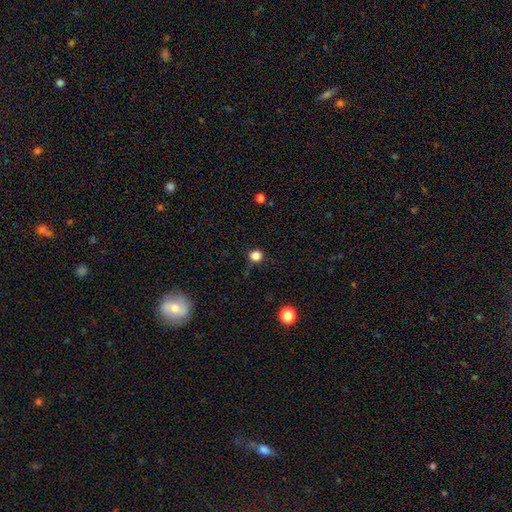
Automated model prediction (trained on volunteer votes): smooth_or_featured: smooth (p=0.83) [alt: star or artifact p=0.14]
how_rounded: round (p=0.92) [alt: in between p=0.07]
merging: none (p=0.88) [alt: minor disturbance p=0.08]